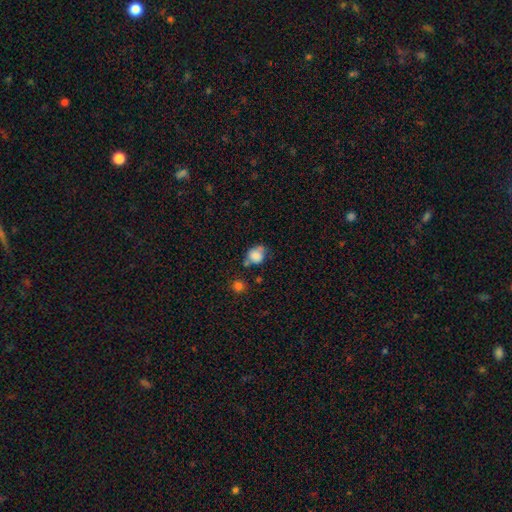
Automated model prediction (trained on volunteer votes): Smooth or featured: smooth — 77% (featured or disk — 13%)
How rounded: round — 62% (in between — 37%)
Merging: none — 47% (minor disturbance — 28%)